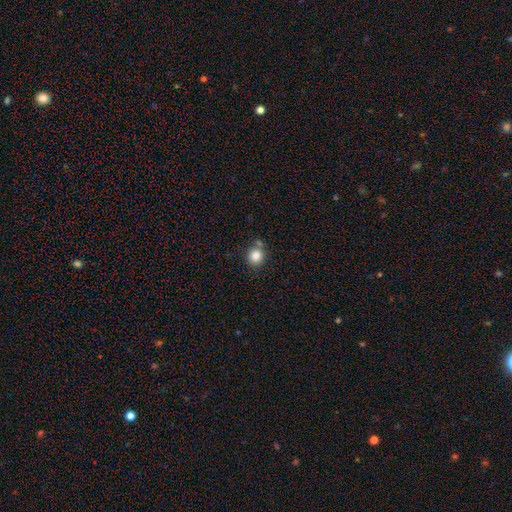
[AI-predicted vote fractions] Smooth or featured?
  - smooth: 85% *
  - star or artifact: 10%
  - featured or disk: 5%
How rounded?
  - round: 84% *
  - in between: 15%
  - cigar-shaped: 1%
Merging?
  - none: 68% *
  - merger: 16%
  - minor disturbance: 13%
  - major disturbance: 4%